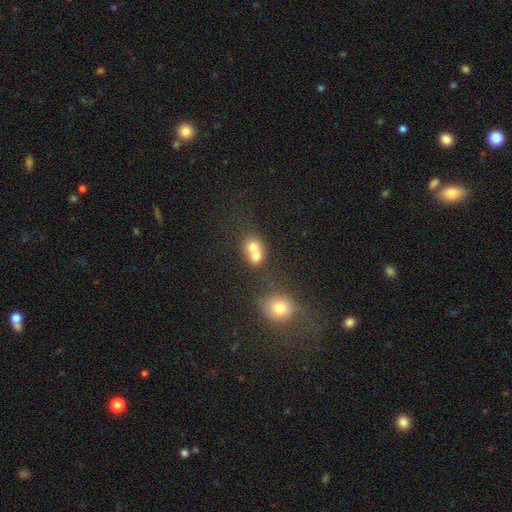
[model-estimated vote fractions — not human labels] Q: Smooth or featured?
A: smooth (71%); runner-up: featured or disk (18%)
Q: How rounded?
A: round (64%); runner-up: in between (35%)
Q: Merging?
A: merger (65%); runner-up: none (26%)